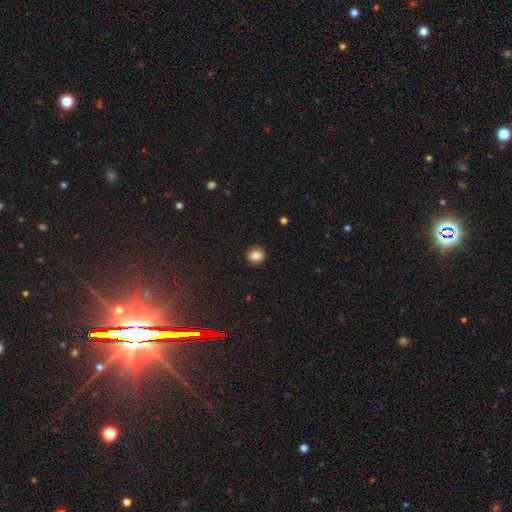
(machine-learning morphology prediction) Overall: smooth (82%). How rounded: round (70%). Merging: none (89%).